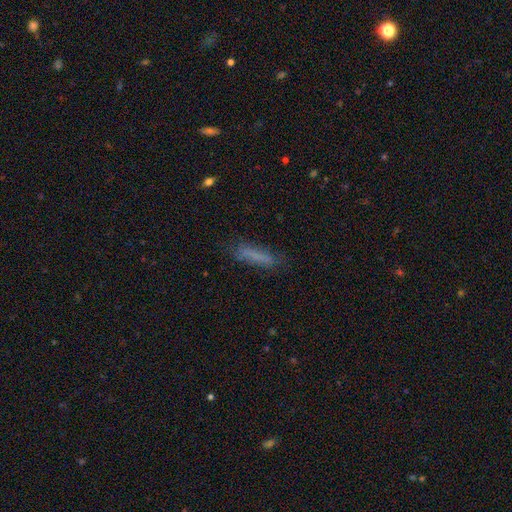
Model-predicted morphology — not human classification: smooth-or-featured: smooth: 72% | featured or disk: 18% | star or artifact: 10%
  how-rounded: cigar-shaped: 82% | in between: 17% | round: 2%
  merging: none: 76% | minor disturbance: 17% | major disturbance: 6% | merger: 2%